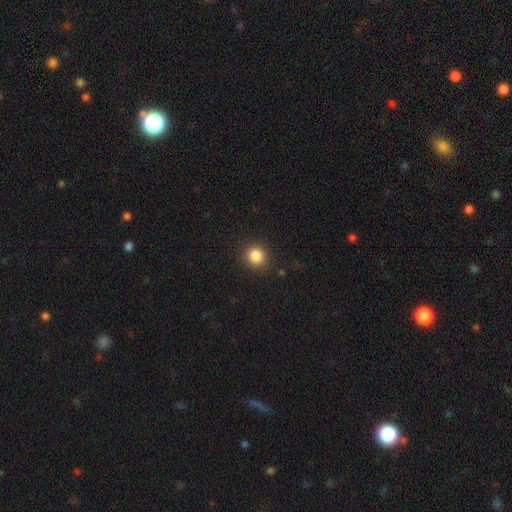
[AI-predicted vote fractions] Smooth or featured? smooth (85%)
How rounded? round (92%)
Merging? none (90%)